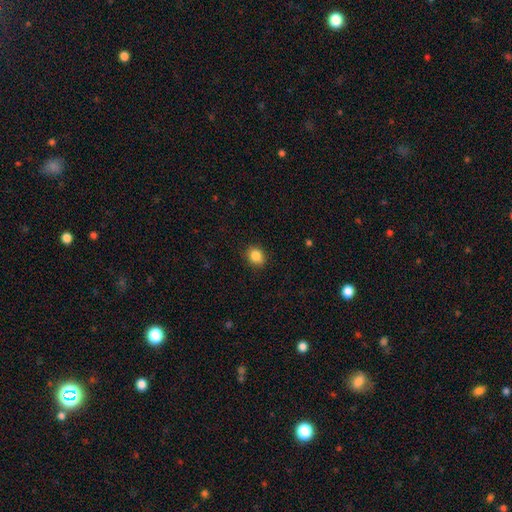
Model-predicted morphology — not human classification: The model was most divided on "how rounded": round: 56%, in between: 43%, cigar-shaped: 1%. More confident: merging — none (86%); smooth or featured — smooth (85%).